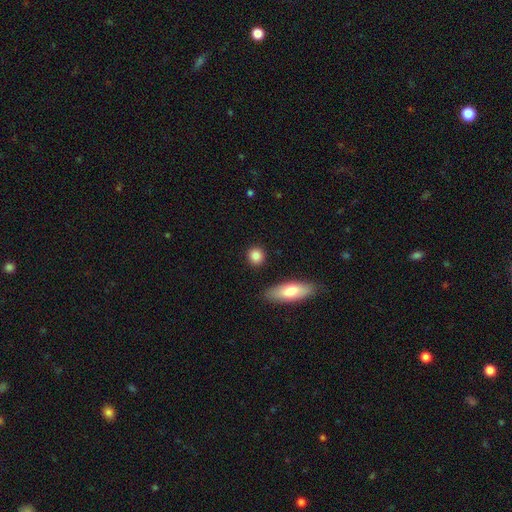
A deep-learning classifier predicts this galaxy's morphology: The model was most divided on "how rounded": round: 81%, in between: 16%, cigar-shaped: 3%. More confident: merging — none (88%); smooth or featured — smooth (86%).